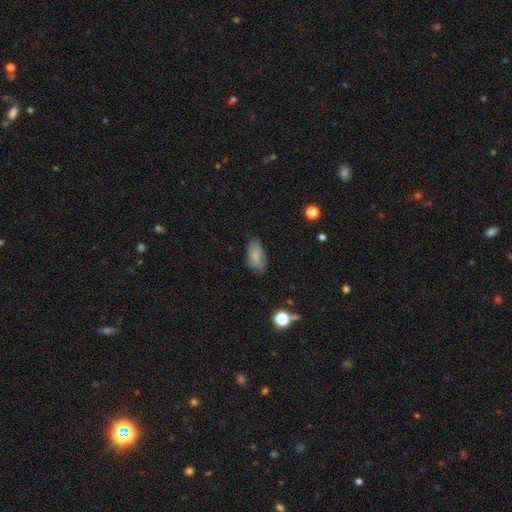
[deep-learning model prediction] Morphology: type=smooth (78%); roundness=in between (92%); merging=none (64%).